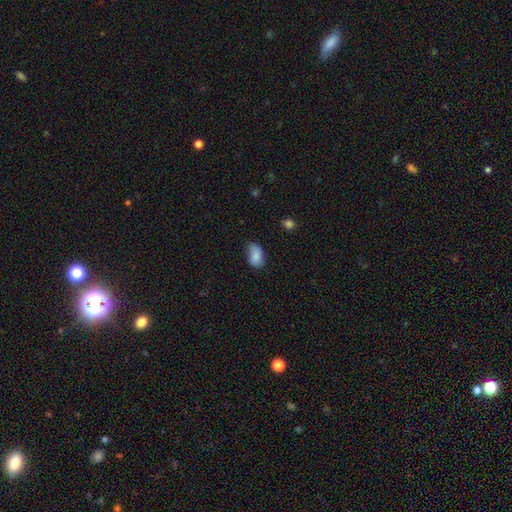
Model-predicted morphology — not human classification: A smooth galaxy with no disk features (85%) that is in between round and cigar-shaped (89%). Merging: none (57%).